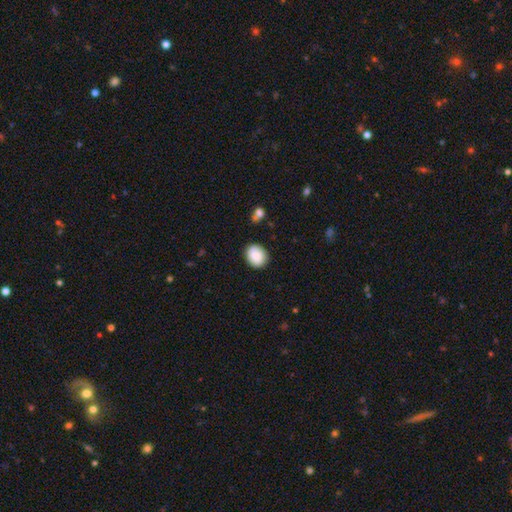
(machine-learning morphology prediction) This appears to be a smooth galaxy with no disk features (79%) that is round (60%). Merging: none (80%).